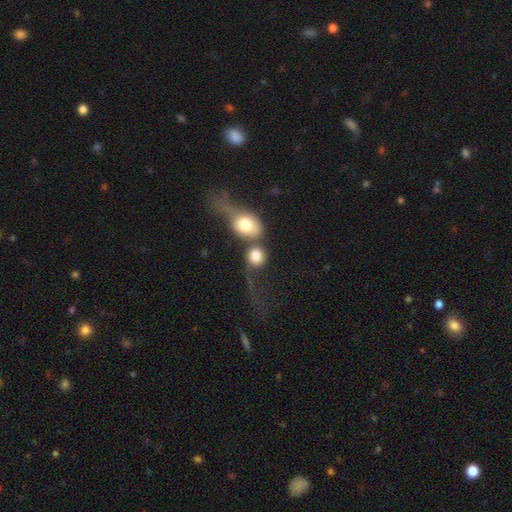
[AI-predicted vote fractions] The model was most divided on "merging": merger: 61%, major disturbance: 18%, none: 14%, minor disturbance: 7%. More confident: how rounded — round (71%); smooth or featured — smooth (71%).